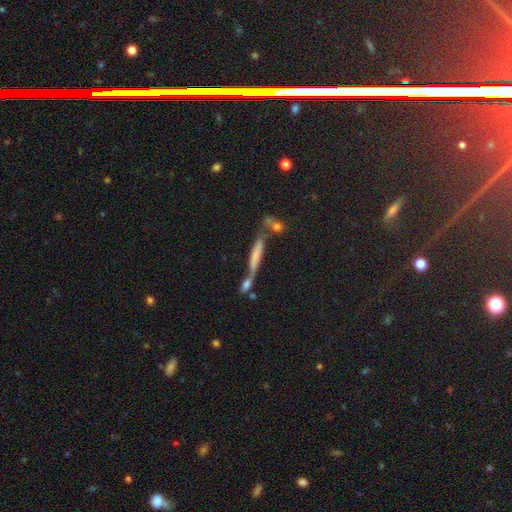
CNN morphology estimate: smooth 51%, featured or disk 35%, star or artifact 14%. Down the decision tree: how rounded — cigar-shaped (87%); merging — none (47%).